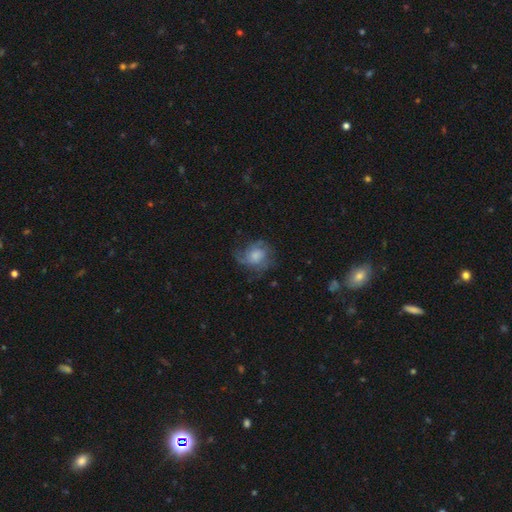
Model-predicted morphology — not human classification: smooth_or_featured: smooth (p=0.46) [alt: featured or disk p=0.45]
merging: none (p=0.54) [alt: minor disturbance p=0.24]